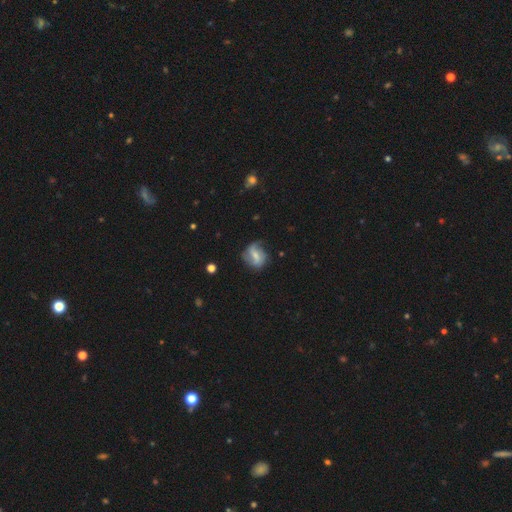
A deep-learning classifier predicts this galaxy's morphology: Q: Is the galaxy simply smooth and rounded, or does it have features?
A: featured or disk — 55%.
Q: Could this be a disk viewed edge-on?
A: no — 95%.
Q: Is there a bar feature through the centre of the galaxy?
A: weak — 46%.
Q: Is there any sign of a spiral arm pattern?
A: yes — 76%.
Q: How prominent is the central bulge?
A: small — 42%.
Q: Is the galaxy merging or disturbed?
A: none — 58%.